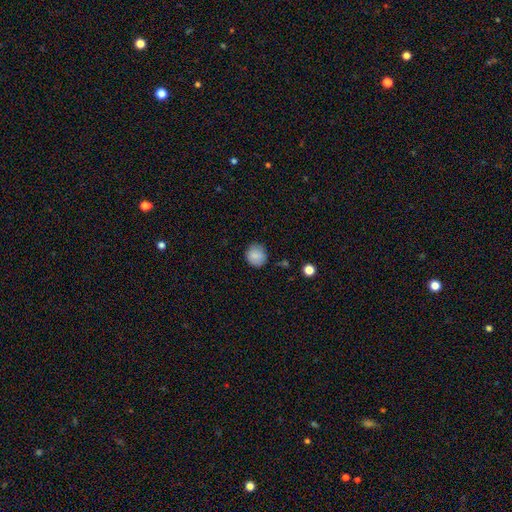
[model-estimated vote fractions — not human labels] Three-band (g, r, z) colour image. It shows a smooth galaxy with no disk features (85%) that is round (86%). Merging: none (80%).